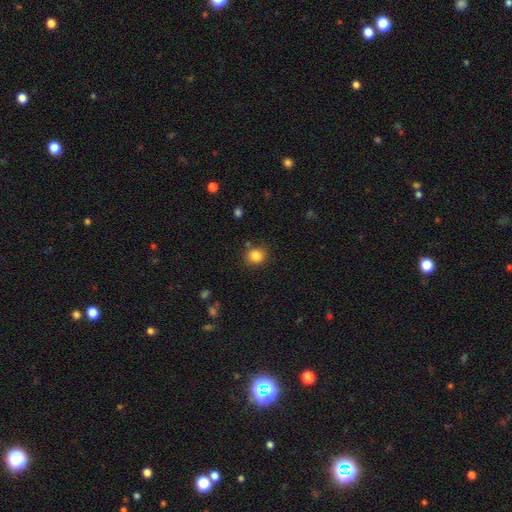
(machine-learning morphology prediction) Smooth or featured? Predicted: smooth (p=0.83). How rounded? Predicted: round (p=0.77). Merging? Predicted: none (p=0.82).